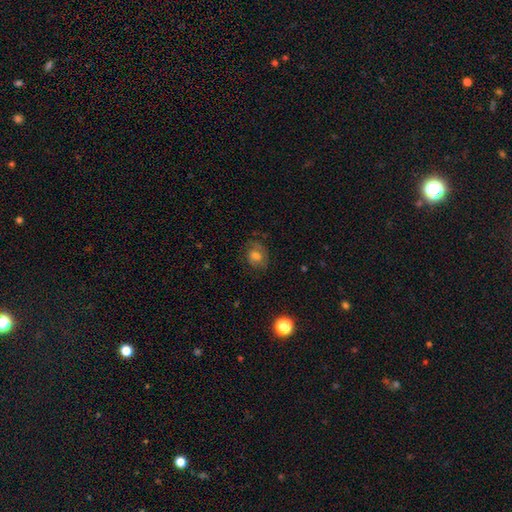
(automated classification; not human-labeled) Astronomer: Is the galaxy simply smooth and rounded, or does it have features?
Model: smooth — 63%.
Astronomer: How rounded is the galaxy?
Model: round — 56% (runner-up: in between, 43%).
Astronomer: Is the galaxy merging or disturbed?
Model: none — 65%.